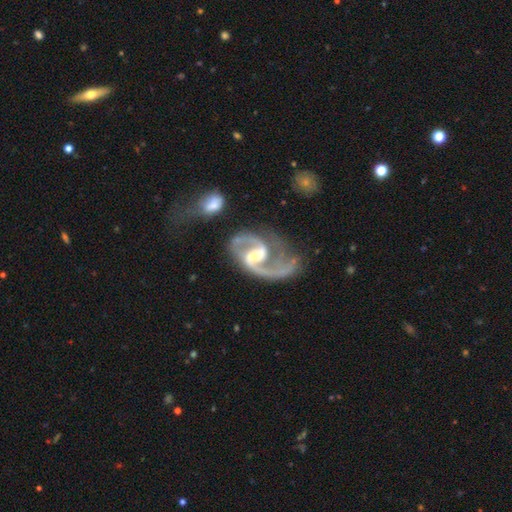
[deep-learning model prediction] Q: Smooth or featured?
A: featured or disk (93%); runner-up: star or artifact (4%)
Q: Edge-on disk?
A: no (98%); runner-up: yes (2%)
Q: Bar?
A: weak (50%); runner-up: strong (36%)
Q: Spiral arms?
A: yes (98%); runner-up: no (2%)
Q: Spiral winding?
A: medium (53%); runner-up: loose (37%)
Q: Spiral arm count?
A: 2 (90%); runner-up: 1 (5%)
Q: Bulge size?
A: moderate (40%); runner-up: small (35%)
Q: Merging?
A: none (52%); runner-up: major disturbance (21%)